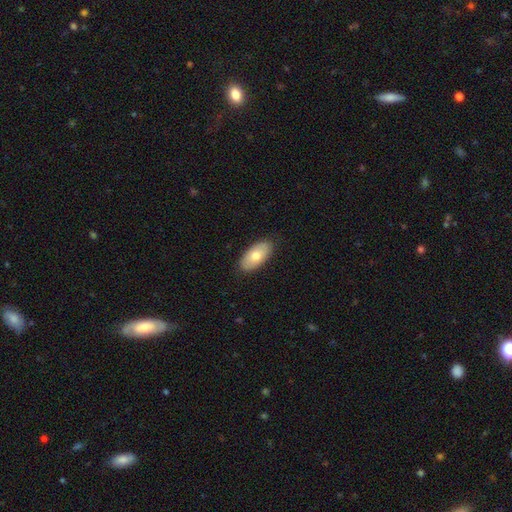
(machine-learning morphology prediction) smooth-or-featured: smooth: 71% | featured or disk: 24% | star or artifact: 5%
  how-rounded: in between: 94% | cigar-shaped: 4% | round: 3%
  merging: none: 86% | minor disturbance: 11% | major disturbance: 2% | merger: 1%